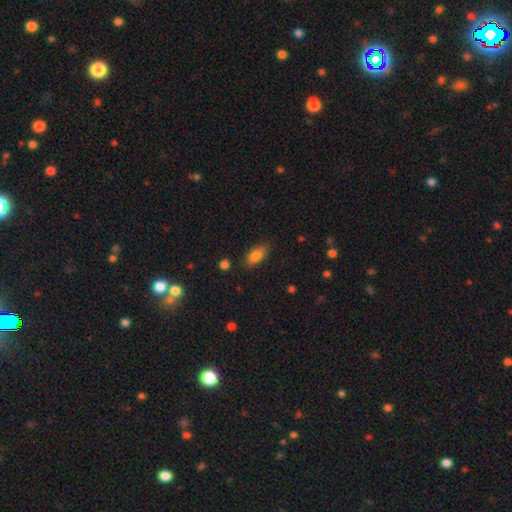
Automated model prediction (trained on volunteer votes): A smooth galaxy with no disk features (83%) that is in between round and cigar-shaped (85%).

Vote fractions:
- Smooth or featured? smooth: 83% / featured or disk: 9% / star or artifact: 8%
- How rounded? in between: 85% / cigar-shaped: 12% / round: 3%
- Merging? none: 82% / minor disturbance: 13% / major disturbance: 3% / merger: 2%